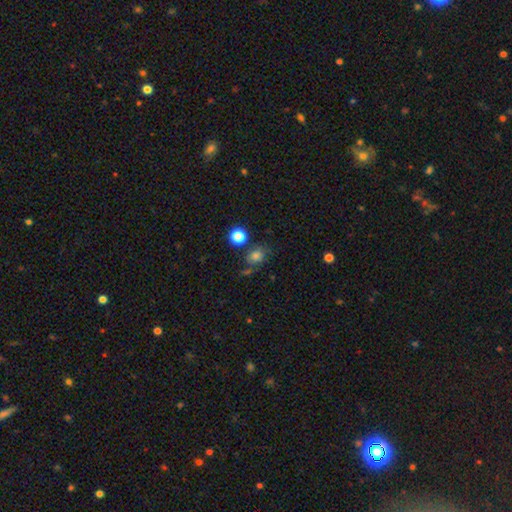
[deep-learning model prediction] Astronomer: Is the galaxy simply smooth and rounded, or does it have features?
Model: smooth — 77%.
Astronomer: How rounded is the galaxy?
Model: round — 62%.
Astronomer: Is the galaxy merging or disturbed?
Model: none — 66%.